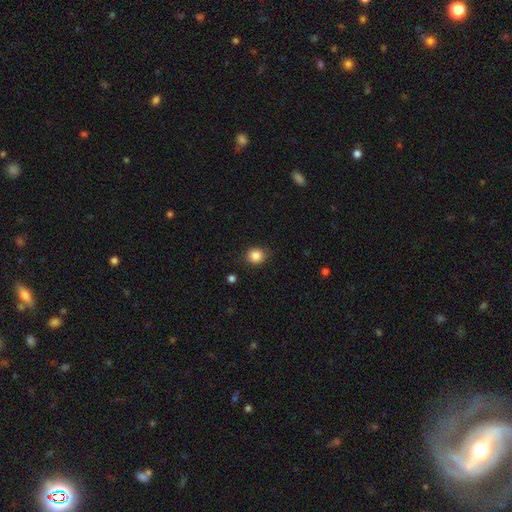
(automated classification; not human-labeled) Smooth or featured?
  - smooth: 86% *
  - star or artifact: 10%
  - featured or disk: 4%
How rounded?
  - round: 80% *
  - in between: 19%
  - cigar-shaped: 1%
Merging?
  - none: 83% *
  - minor disturbance: 12%
  - major disturbance: 3%
  - merger: 1%